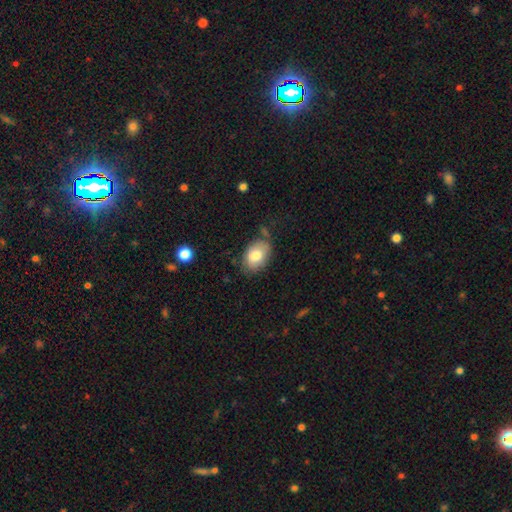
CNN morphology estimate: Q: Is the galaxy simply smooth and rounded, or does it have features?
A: smooth — 79%.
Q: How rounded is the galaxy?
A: in between — 83%.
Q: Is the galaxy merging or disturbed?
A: none — 71%.